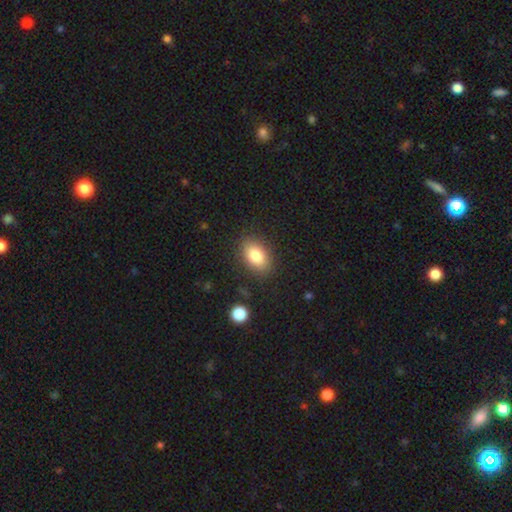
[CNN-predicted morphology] smooth 83%, featured or disk 9%, star or artifact 8%. Down the decision tree: how rounded — in between (88%); merging — none (85%).